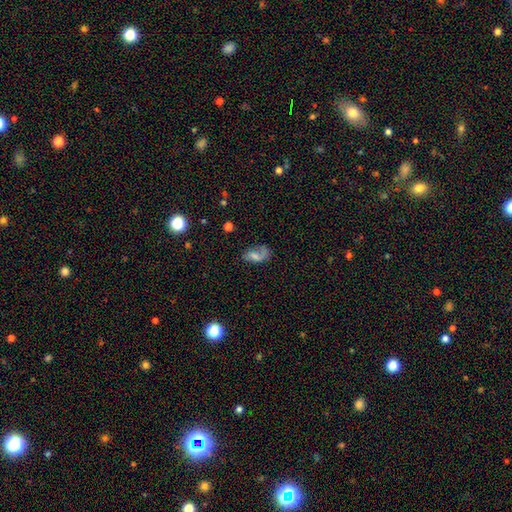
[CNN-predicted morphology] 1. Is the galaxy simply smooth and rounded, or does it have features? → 48% featured or disk, 42% smooth, 11% star or artifact.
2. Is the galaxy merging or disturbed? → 44% none, 29% major disturbance, 23% minor disturbance, 4% merger.